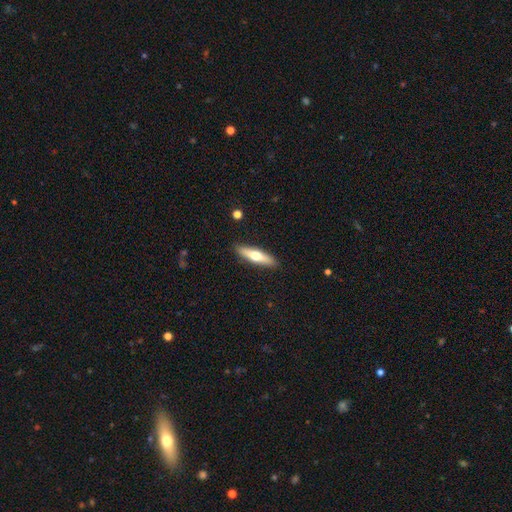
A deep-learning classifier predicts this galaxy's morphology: This is possibly a smooth galaxy (50%). How rounded: likely cigar-shaped (74%). Merging: clearly none (90%).